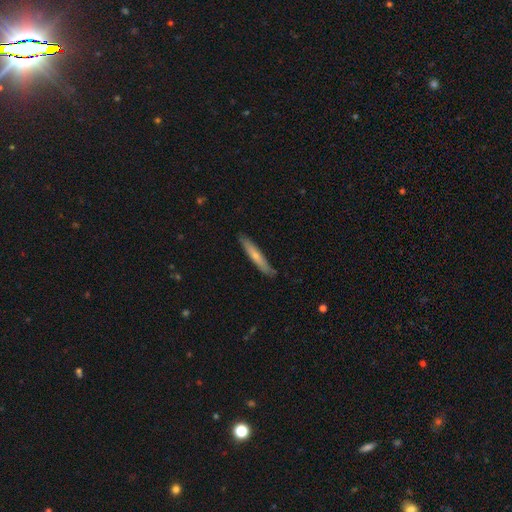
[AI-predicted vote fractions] This is likely a smooth galaxy (61%). How rounded: clearly cigar-shaped (92%). Merging: clearly none (84%).